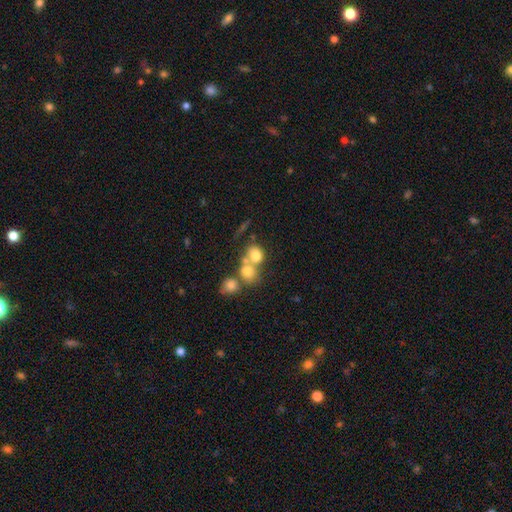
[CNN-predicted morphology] Q: Smooth or featured?
A: smooth (73%); runner-up: featured or disk (14%)
Q: How rounded?
A: round (68%); runner-up: in between (31%)
Q: Merging?
A: merger (53%); runner-up: none (35%)